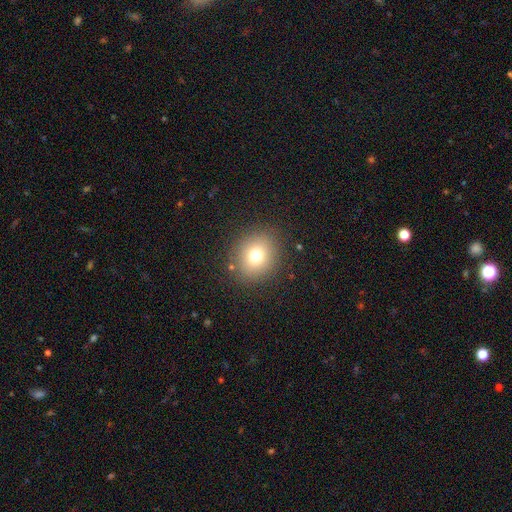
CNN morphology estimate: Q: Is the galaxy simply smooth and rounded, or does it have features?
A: smooth — 74%.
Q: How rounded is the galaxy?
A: round — 75%.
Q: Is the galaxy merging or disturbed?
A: none — 86%.